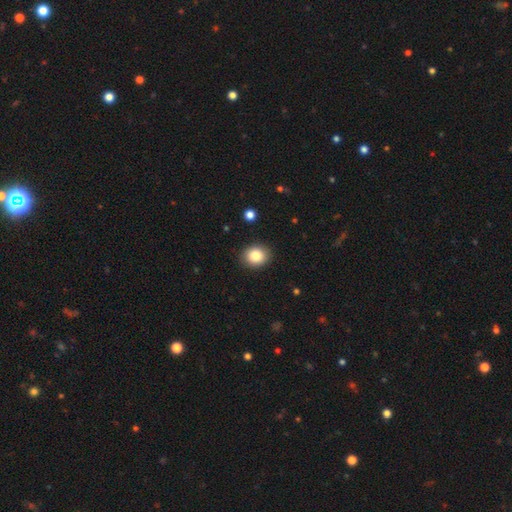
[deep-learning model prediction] The model was most divided on "how rounded": round: 64%, in between: 36%, cigar-shaped: 1%. More confident: merging — none (89%); smooth or featured — smooth (84%).